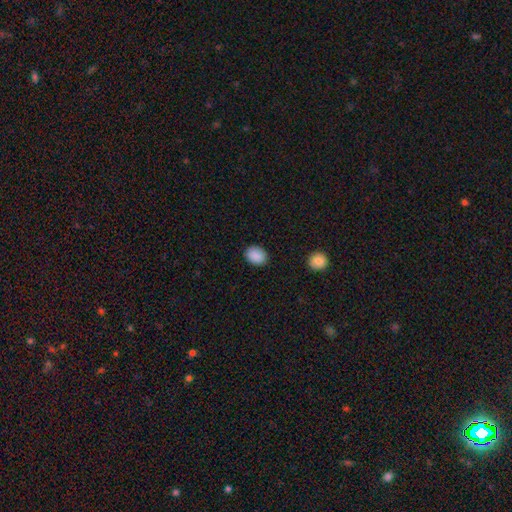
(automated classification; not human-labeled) smooth_or_featured: smooth (p=0.89) [alt: star or artifact p=0.08]
how_rounded: in between (p=0.56) [alt: round p=0.43]
merging: none (p=0.87) [alt: minor disturbance p=0.09]